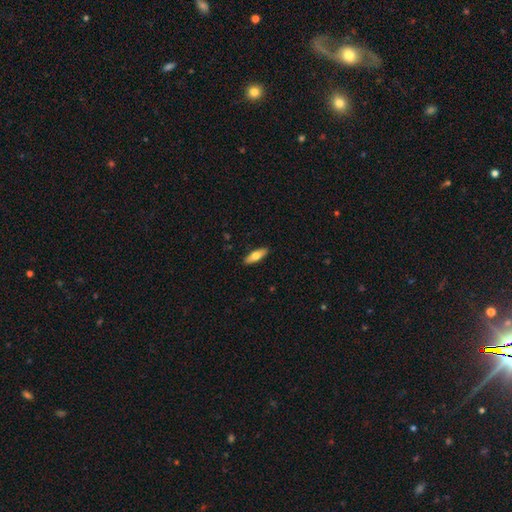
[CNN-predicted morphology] This is likely a smooth galaxy (66%). How rounded: possibly in between (55%). Merging: clearly none (90%).